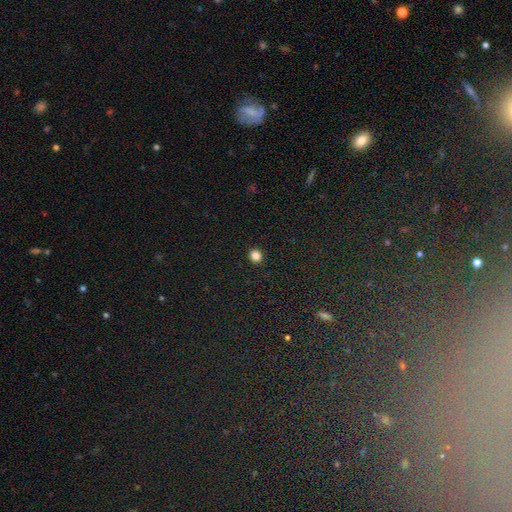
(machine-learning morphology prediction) A smooth galaxy with no disk features (85%) that is round (84%).

Vote fractions:
- Smooth or featured? smooth: 85% / star or artifact: 12% / featured or disk: 3%
- How rounded? round: 84% / in between: 16% / cigar-shaped: 1%
- Merging? none: 92% / minor disturbance: 5% / major disturbance: 2% / merger: 1%